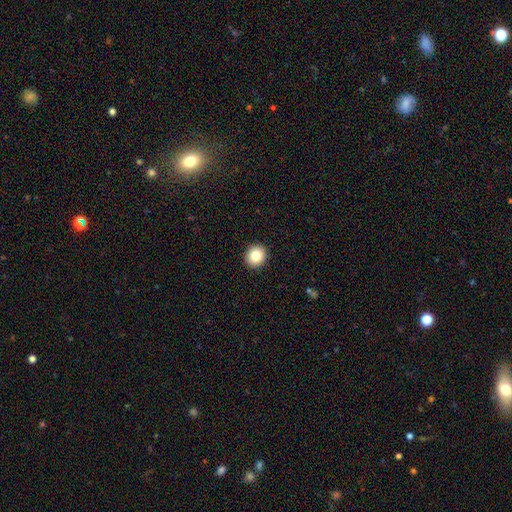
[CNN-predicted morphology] The model was most divided on "how rounded": round: 85%, in between: 14%, cigar-shaped: 1%. More confident: merging — none (93%); smooth or featured — smooth (83%).